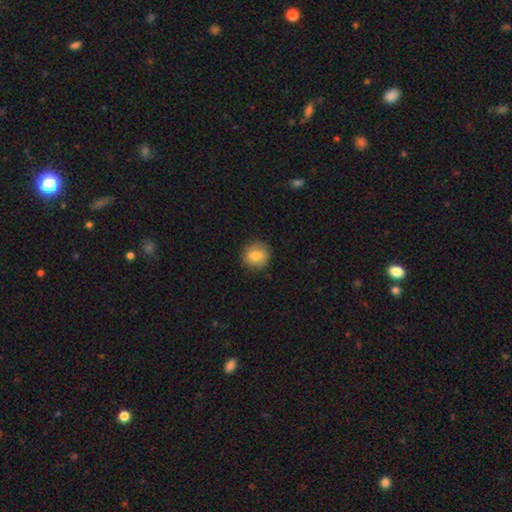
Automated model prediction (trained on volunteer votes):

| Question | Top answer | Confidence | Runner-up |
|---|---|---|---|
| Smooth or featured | smooth | 82% | featured or disk (9%) |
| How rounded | round | 88% | in between (11%) |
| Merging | none | 87% | minor disturbance (9%) |